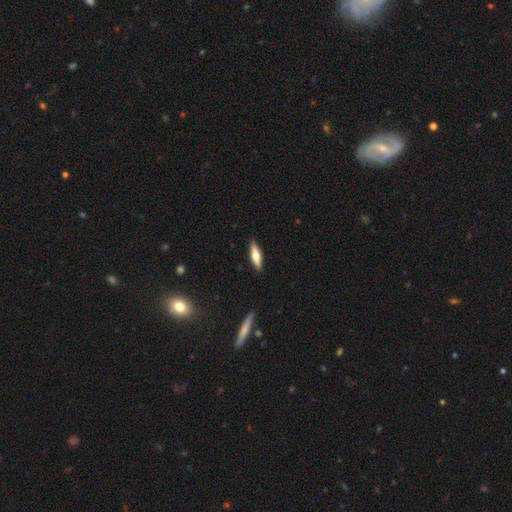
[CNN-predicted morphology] A smooth galaxy with no disk features (61%) that is cigar-shaped (64%).

Vote fractions:
- Smooth or featured? smooth: 61% / featured or disk: 33% / star or artifact: 6%
- How rounded? cigar-shaped: 64% / in between: 34% / round: 2%
- Merging? none: 89% / minor disturbance: 9% / major disturbance: 2% / merger: 1%